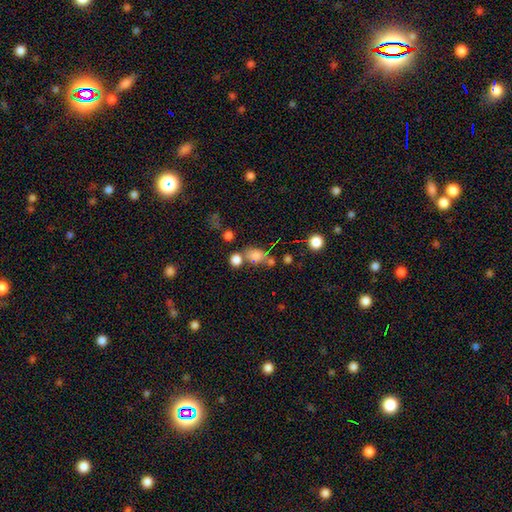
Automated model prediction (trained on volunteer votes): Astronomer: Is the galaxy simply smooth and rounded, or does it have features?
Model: smooth — 74%.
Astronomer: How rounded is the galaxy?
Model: in between — 65%.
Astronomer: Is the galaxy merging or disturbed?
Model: none — 51% (runner-up: merger, 27%).